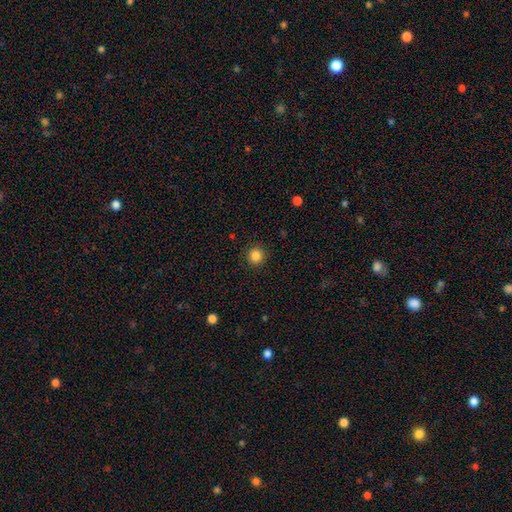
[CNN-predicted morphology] A smooth galaxy with no disk features (85%) that is round (94%). Merging: none (91%).